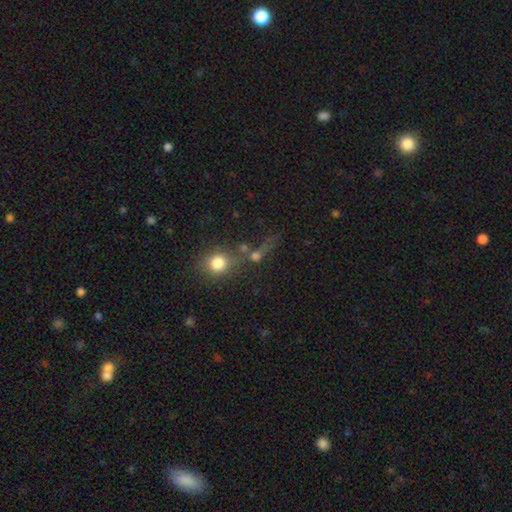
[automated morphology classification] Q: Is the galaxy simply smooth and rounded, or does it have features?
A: smooth — 55%.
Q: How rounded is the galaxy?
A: round — 73%.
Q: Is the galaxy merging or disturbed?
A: none — 44%.